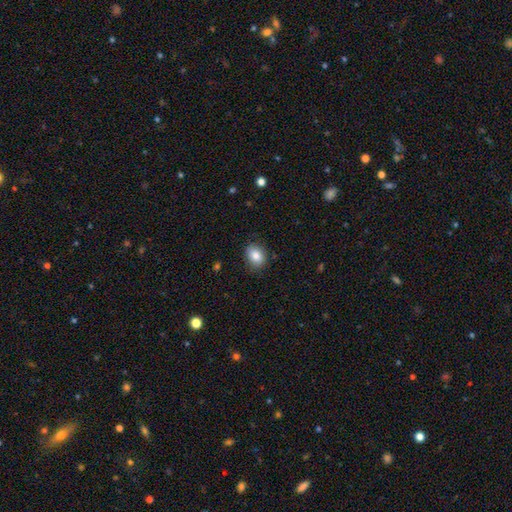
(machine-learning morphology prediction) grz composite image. It shows a smooth galaxy with no disk features (85%) that is in between round and cigar-shaped (61%). Merging: none (84%).